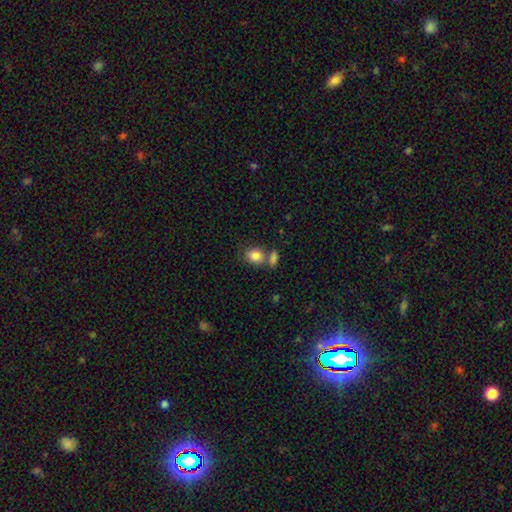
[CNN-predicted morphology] smooth-or-featured: smooth: 85% | star or artifact: 8% | featured or disk: 7%
  how-rounded: in between: 51% | round: 48% | cigar-shaped: 1%
  merging: none: 49% | merger: 35% | minor disturbance: 12% | major disturbance: 4%